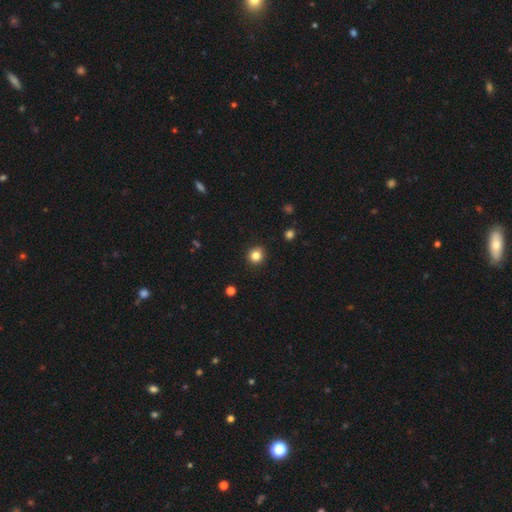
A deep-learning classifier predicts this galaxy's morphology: This is clearly a smooth galaxy (82%). How rounded: clearly round (91%). Merging: clearly none (90%).